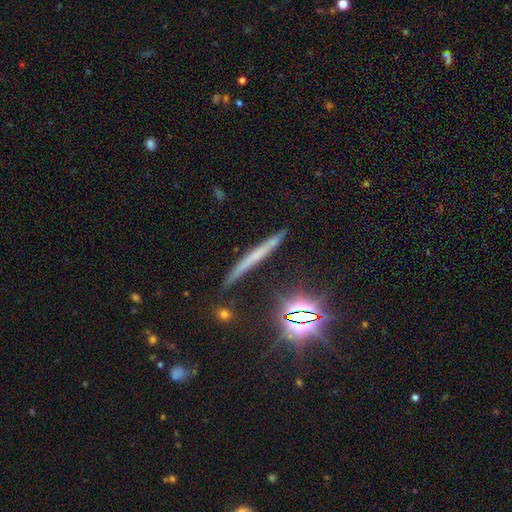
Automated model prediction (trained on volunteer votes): smooth-or-featured: featured or disk: 41% | smooth: 38% | star or artifact: 21%
  merging: none: 83% | minor disturbance: 11% | major disturbance: 3% | merger: 3%